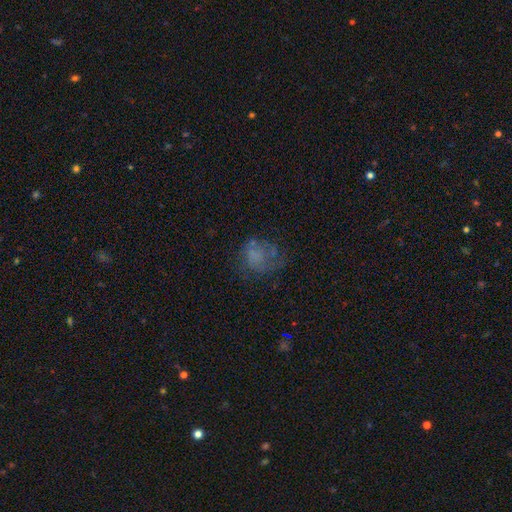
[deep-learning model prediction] smooth-or-featured: smooth: 47% | featured or disk: 37% | star or artifact: 16%
  merging: none: 45% | major disturbance: 30% | minor disturbance: 21% | merger: 4%